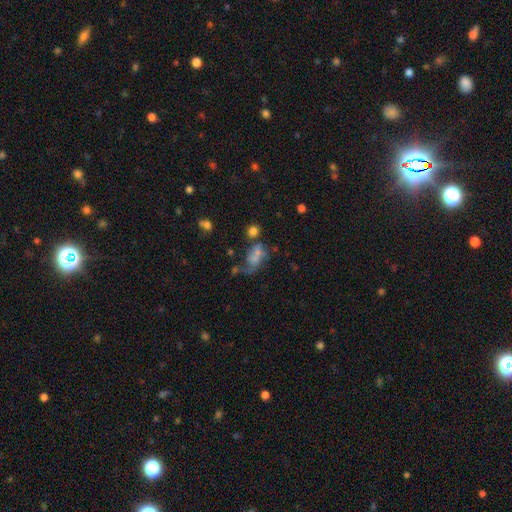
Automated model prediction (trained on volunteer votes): smooth-or-featured: smooth: 43% | featured or disk: 42% | star or artifact: 15%
  merging: major disturbance: 34% | none: 25% | merger: 23% | minor disturbance: 18%